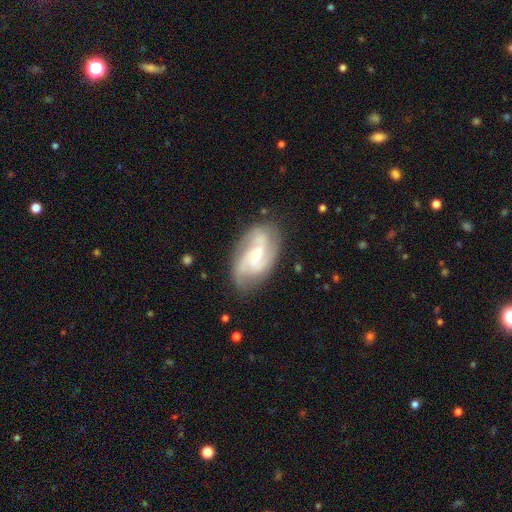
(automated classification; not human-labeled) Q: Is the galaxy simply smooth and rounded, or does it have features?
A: featured or disk — 78%.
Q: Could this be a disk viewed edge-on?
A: no — 96%.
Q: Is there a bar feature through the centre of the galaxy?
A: weak — 45%.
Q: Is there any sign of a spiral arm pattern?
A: yes — 95%.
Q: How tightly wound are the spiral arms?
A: medium — 47%.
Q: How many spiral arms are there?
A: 3 — 37%.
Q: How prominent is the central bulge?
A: small — 47%.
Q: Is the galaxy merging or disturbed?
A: none — 73%.